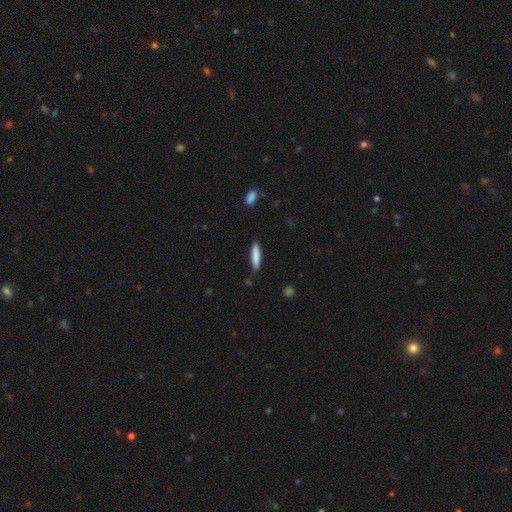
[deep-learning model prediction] This appears to be a smooth galaxy with no disk features (84%) that is cigar-shaped (86%). Merging: none (86%).